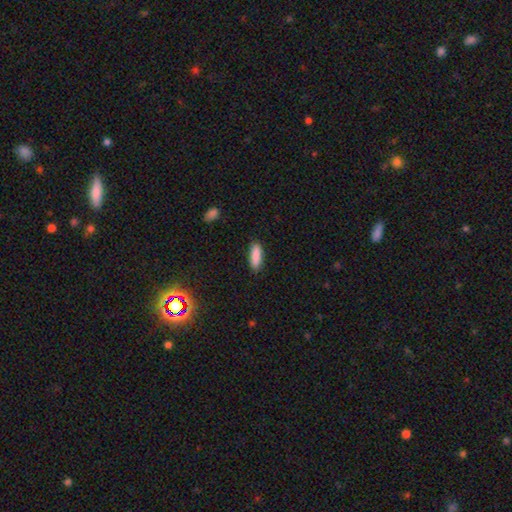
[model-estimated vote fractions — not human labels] A smooth galaxy with no disk features (89%) that is in between round and cigar-shaped (54%).

Vote fractions:
- Smooth or featured? smooth: 89% / star or artifact: 7% / featured or disk: 5%
- How rounded? in between: 54% / cigar-shaped: 44% / round: 2%
- Merging? none: 87% / minor disturbance: 10% / major disturbance: 2% / merger: 1%